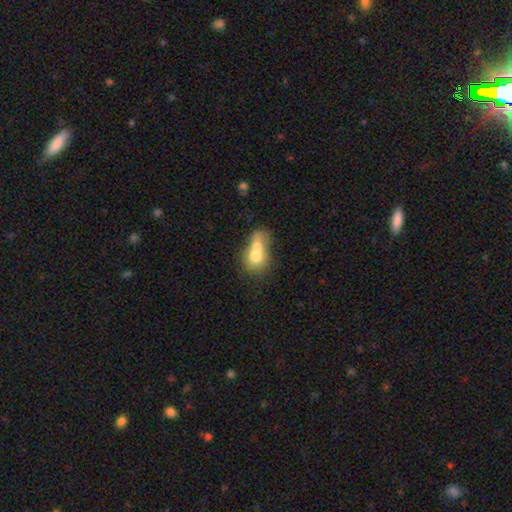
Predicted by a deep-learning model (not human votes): A smooth galaxy with no disk features (66%) that is in between round and cigar-shaped (54%). Merging: merger (74%).